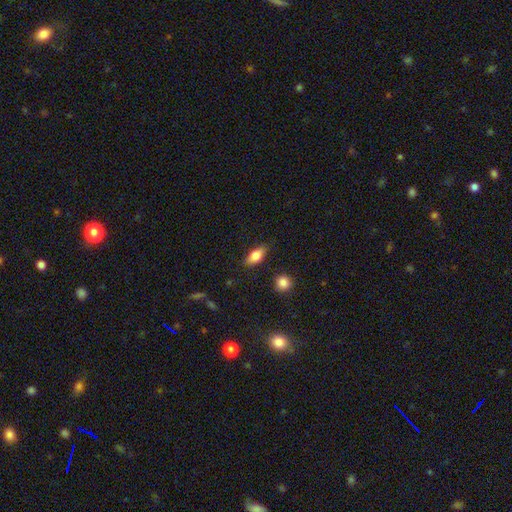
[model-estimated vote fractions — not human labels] Smooth or featured? smooth (78%)
How rounded? in between (85%)
Merging? none (82%)